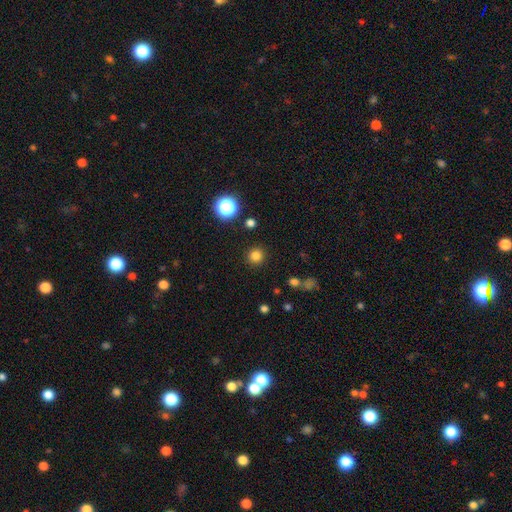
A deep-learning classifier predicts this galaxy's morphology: This appears to be a smooth galaxy with no disk features (81%) that is round (94%). Merging: none (90%).